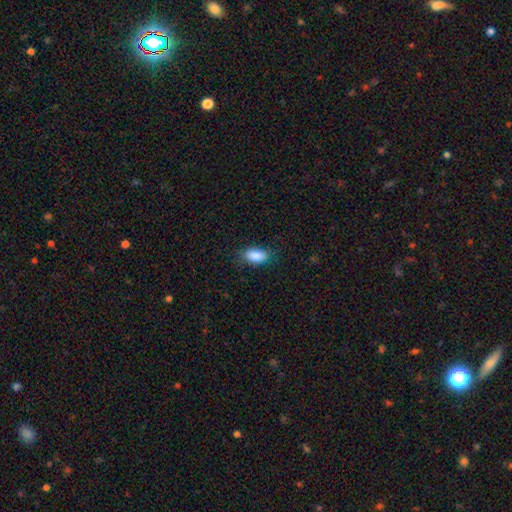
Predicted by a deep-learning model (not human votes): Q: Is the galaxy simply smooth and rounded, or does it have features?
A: smooth — 89%.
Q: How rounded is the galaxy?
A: in between — 91%.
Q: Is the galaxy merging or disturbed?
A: none — 80%.